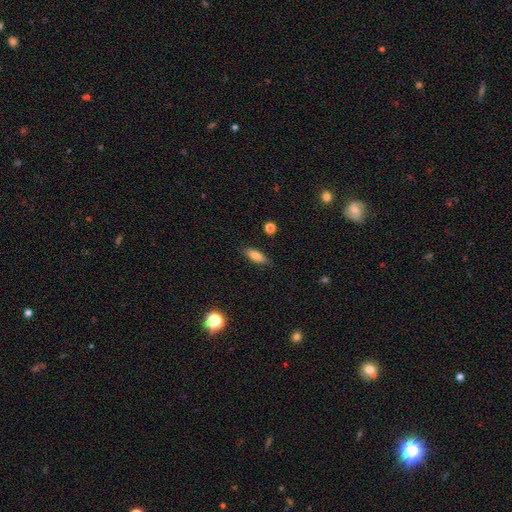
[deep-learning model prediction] This appears to be a smooth galaxy with no disk features (79%) that is in between round and cigar-shaped (65%). Merging: none (85%).